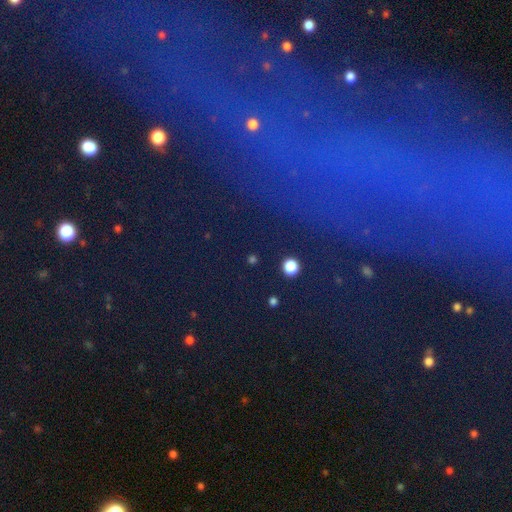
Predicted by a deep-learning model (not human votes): smooth_or_featured: star or artifact (p=0.69) [alt: featured or disk p=0.16]